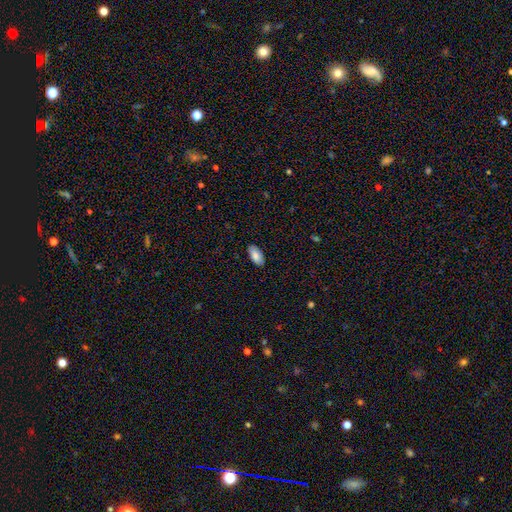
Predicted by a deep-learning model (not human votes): smooth 83%, featured or disk 10%, star or artifact 6%. Down the decision tree: how rounded — in between (94%); merging — none (87%).